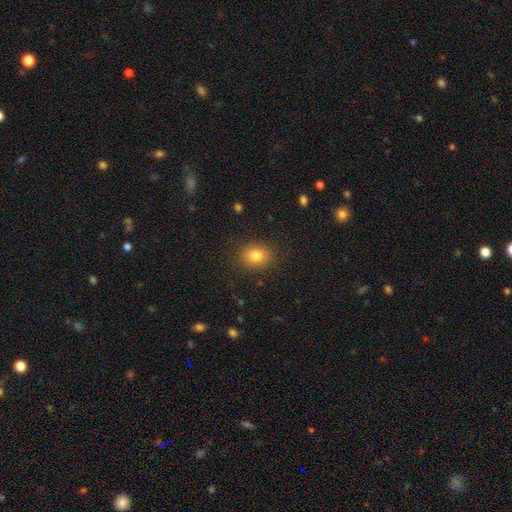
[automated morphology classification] A smooth galaxy with no disk features (81%) that is round (57%).

Vote fractions:
- Smooth or featured? smooth: 81% / star or artifact: 11% / featured or disk: 7%
- How rounded? round: 57% / in between: 42% / cigar-shaped: 1%
- Merging? none: 88% / minor disturbance: 9% / major disturbance: 3% / merger: 1%